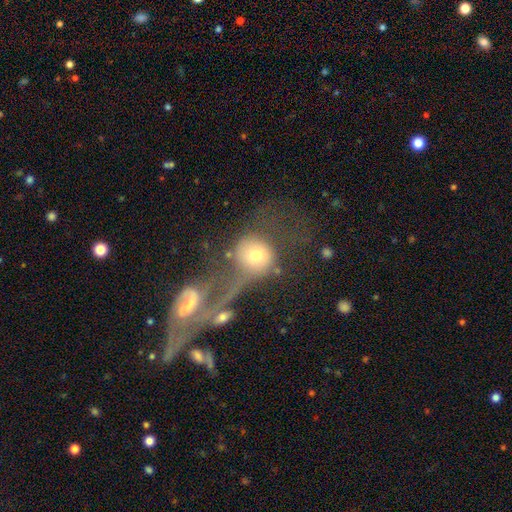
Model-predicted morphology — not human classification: A smooth galaxy with no disk features (56%) that is round (79%).

Vote fractions:
- Smooth or featured? smooth: 56% / featured or disk: 33% / star or artifact: 10%
- How rounded? round: 79% / in between: 18% / cigar-shaped: 2%
- Merging? merger: 48% / major disturbance: 23% / none: 20% / minor disturbance: 9%